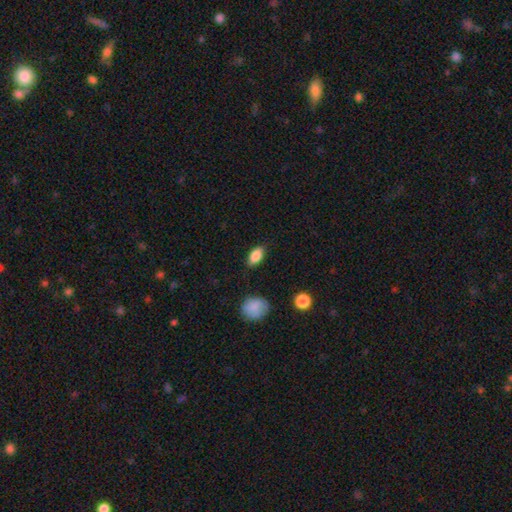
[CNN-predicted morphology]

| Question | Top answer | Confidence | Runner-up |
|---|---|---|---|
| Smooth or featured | smooth | 86% | star or artifact (8%) |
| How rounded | in between | 90% | round (5%) |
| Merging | none | 85% | minor disturbance (11%) |